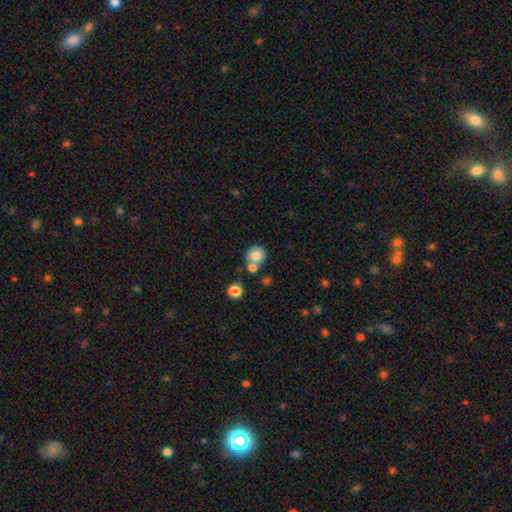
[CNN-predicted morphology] Smooth or featured?
  - smooth: 79% *
  - featured or disk: 11%
  - star or artifact: 10%
How rounded?
  - round: 87% *
  - in between: 12%
  - cigar-shaped: 1%
Merging?
  - none: 61% *
  - merger: 26%
  - minor disturbance: 10%
  - major disturbance: 3%